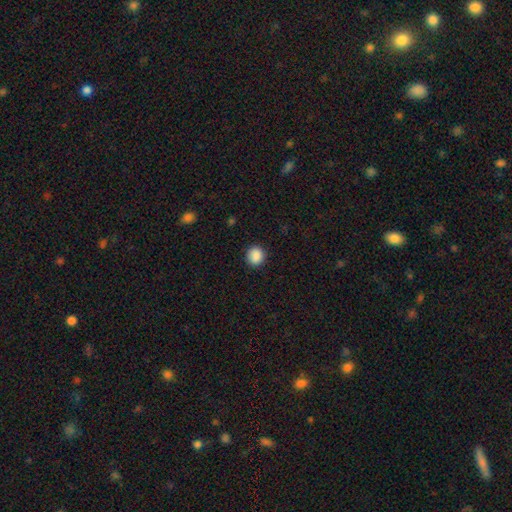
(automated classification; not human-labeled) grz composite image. It shows a smooth galaxy with no disk features (88%) that is round (81%). Merging: none (88%).